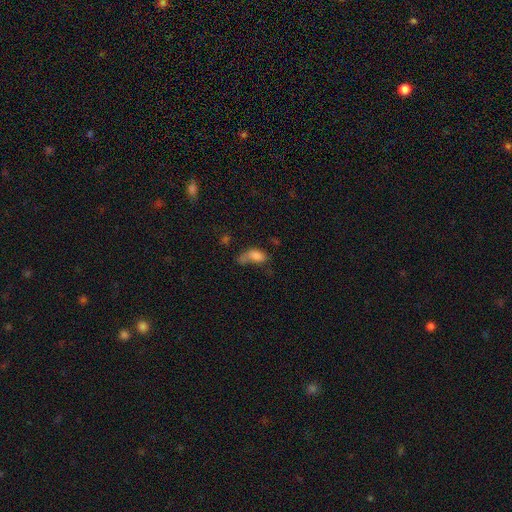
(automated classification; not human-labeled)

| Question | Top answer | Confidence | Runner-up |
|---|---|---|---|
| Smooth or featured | smooth | 76% | featured or disk (13%) |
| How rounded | in between | 87% | round (7%) |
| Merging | merger | 28% | major disturbance (27%) |